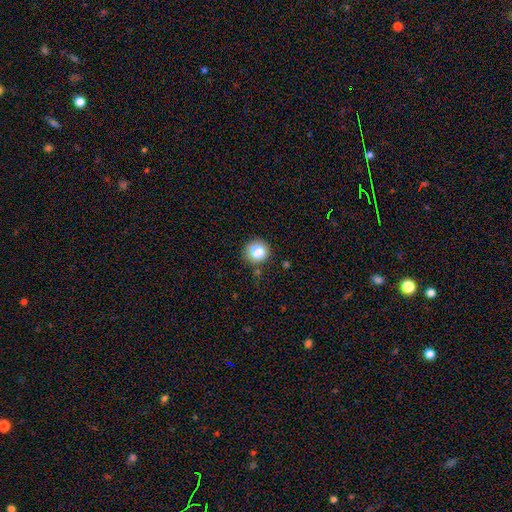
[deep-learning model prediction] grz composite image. It shows a smooth galaxy with no disk features (78%) that is round (94%). Merging: none (88%).